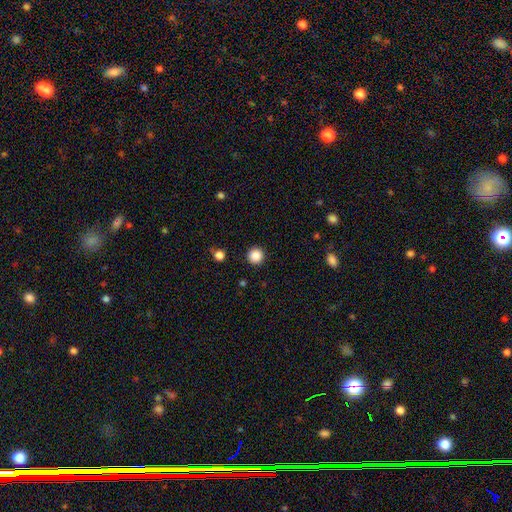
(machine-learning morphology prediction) Smooth or featured: smooth — 87% (star or artifact — 10%)
How rounded: round — 96% (in between — 4%)
Merging: none — 93% (minor disturbance — 5%)